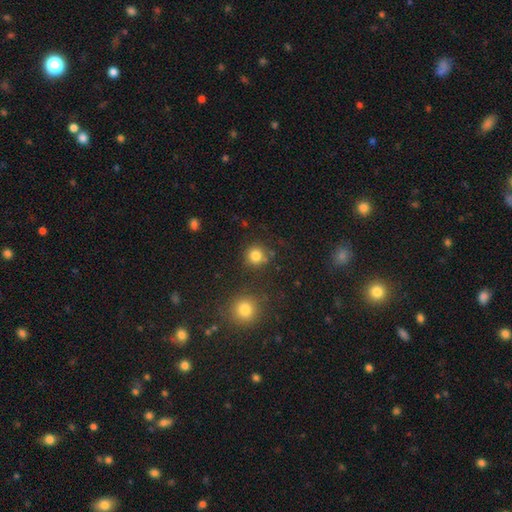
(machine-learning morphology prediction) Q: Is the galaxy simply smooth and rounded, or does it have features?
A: smooth — 81%.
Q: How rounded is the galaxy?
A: round — 91%.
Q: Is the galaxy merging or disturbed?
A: none — 78%.